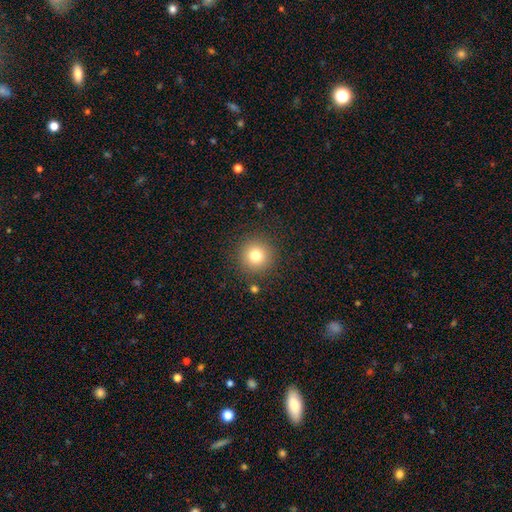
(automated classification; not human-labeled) Smooth or featured? smooth (78%)
How rounded? round (95%)
Merging? none (89%)